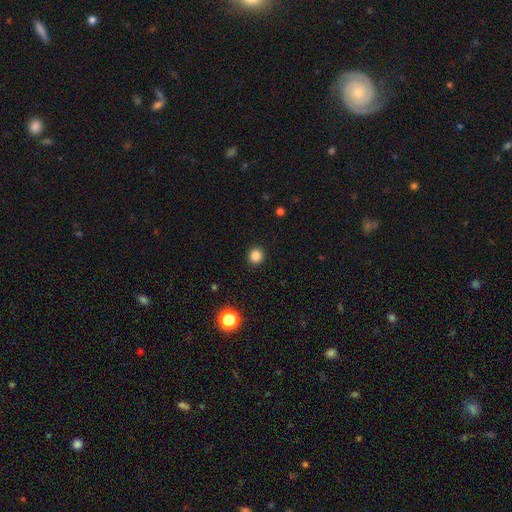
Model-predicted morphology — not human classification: smooth 84%, star or artifact 13%, featured or disk 3%. Down the decision tree: how rounded — round (92%); merging — none (93%).